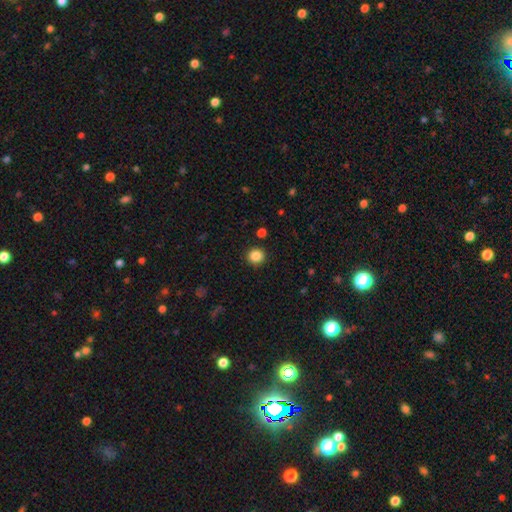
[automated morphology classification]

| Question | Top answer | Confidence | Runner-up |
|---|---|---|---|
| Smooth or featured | smooth | 85% | star or artifact (11%) |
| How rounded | round | 93% | in between (7%) |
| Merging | none | 91% | minor disturbance (5%) |